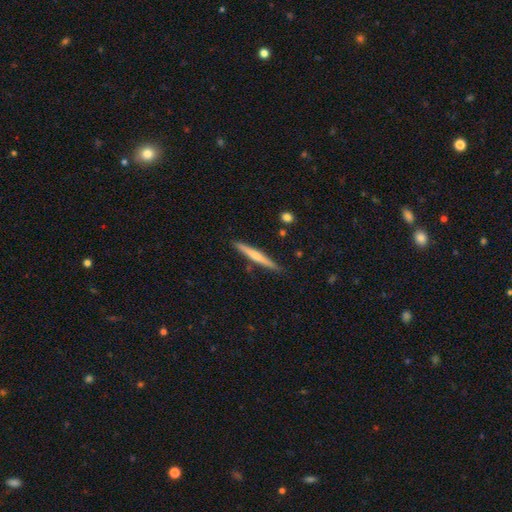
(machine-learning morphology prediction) This appears to be a featured or disk galaxy (49%). Merging: none (87%).